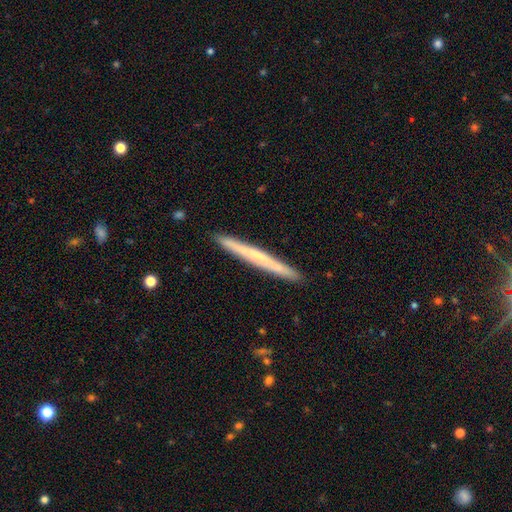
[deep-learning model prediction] A smooth galaxy with no disk features (50%).

Vote fractions:
- Smooth or featured? smooth: 50% / featured or disk: 44% / star or artifact: 6%
- Merging? none: 92% / minor disturbance: 6% / major disturbance: 1% / merger: 1%